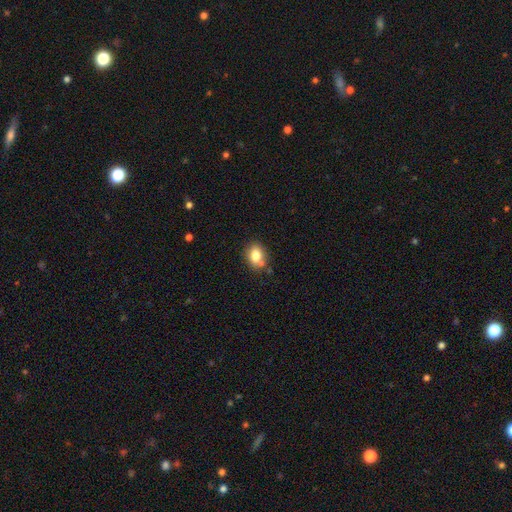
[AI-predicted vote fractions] Smooth or featured?
  - smooth: 80% *
  - featured or disk: 10%
  - star or artifact: 10%
How rounded?
  - in between: 56% *
  - round: 43%
  - cigar-shaped: 1%
Merging?
  - none: 70% *
  - minor disturbance: 16%
  - merger: 11%
  - major disturbance: 4%